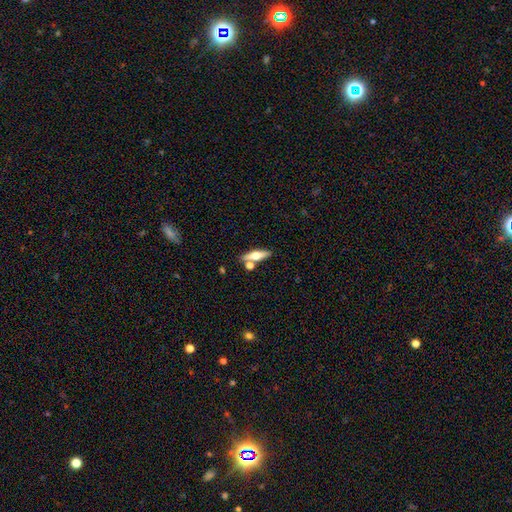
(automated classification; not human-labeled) smooth_or_featured: featured or disk (p=0.50) [alt: smooth p=0.43]
disk_edge_on: yes (p=0.90) [alt: no p=0.10]
merging: none (p=0.73) [alt: merger p=0.14]